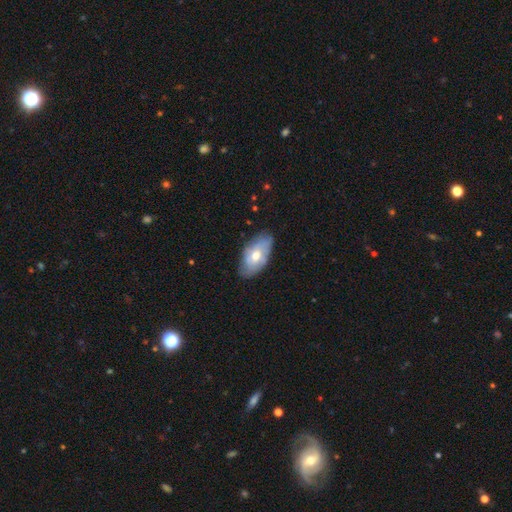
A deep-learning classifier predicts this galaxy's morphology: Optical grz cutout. It shows a smooth galaxy with no disk features (55%) that is in between round and cigar-shaped (93%). Merging: none (68%).